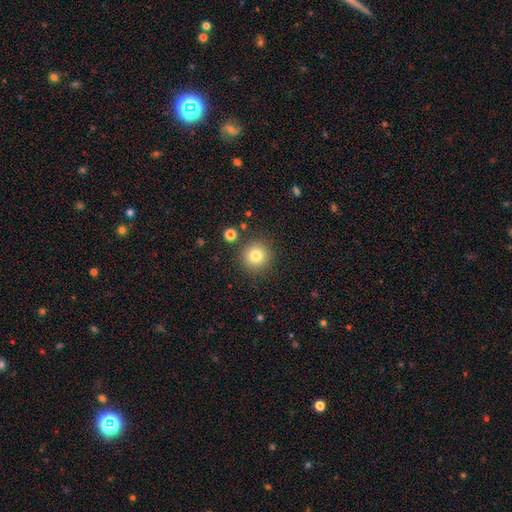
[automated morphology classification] smooth-or-featured: smooth: 80% | star or artifact: 12% | featured or disk: 8%
  how-rounded: round: 94% | in between: 5% | cigar-shaped: 1%
  merging: none: 87% | minor disturbance: 7% | merger: 3% | major disturbance: 3%